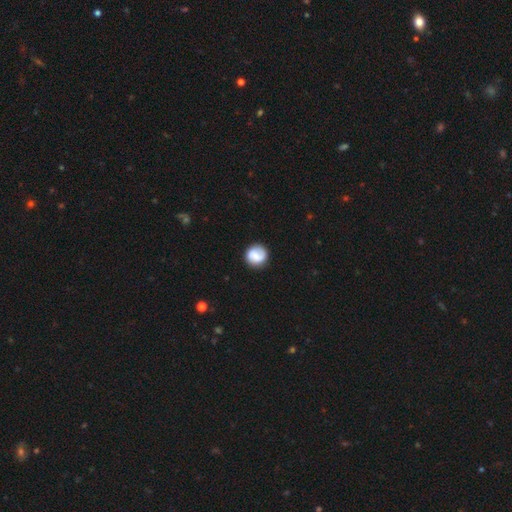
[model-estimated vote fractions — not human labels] smooth-or-featured: smooth: 65% | featured or disk: 28% | star or artifact: 7%
  how-rounded: round: 91% | in between: 8% | cigar-shaped: 1%
  merging: none: 82% | minor disturbance: 12% | major disturbance: 4% | merger: 2%